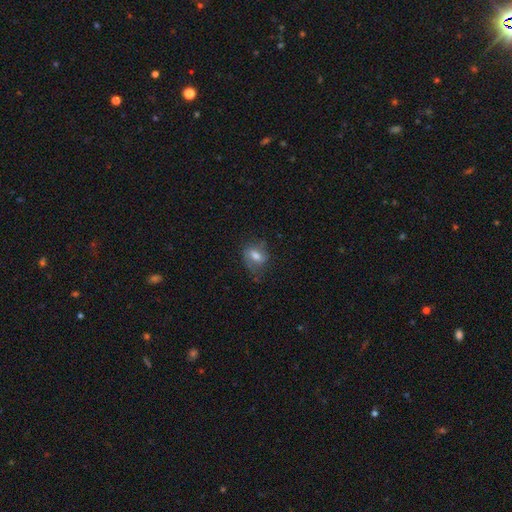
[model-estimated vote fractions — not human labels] smooth 58%, featured or disk 32%, star or artifact 10%. Down the decision tree: how rounded — in between (73%); merging — none (56%).